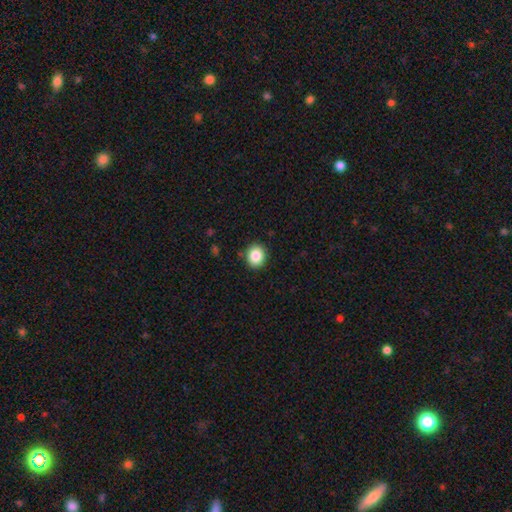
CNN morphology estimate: type=smooth (85%); roundness=round (72%); merging=none (90%).